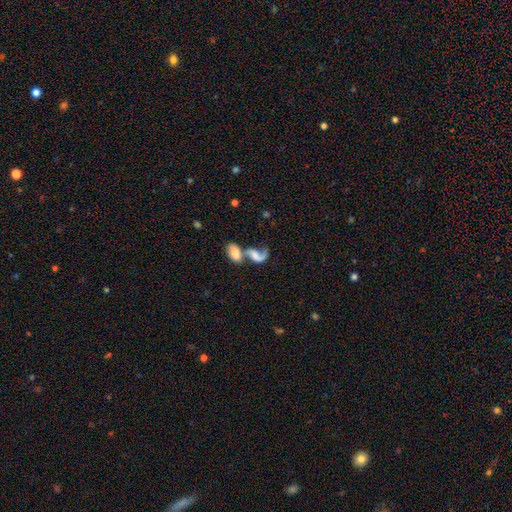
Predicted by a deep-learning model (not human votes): Smooth or featured? featured or disk (48%)
Merging? merger (69%)